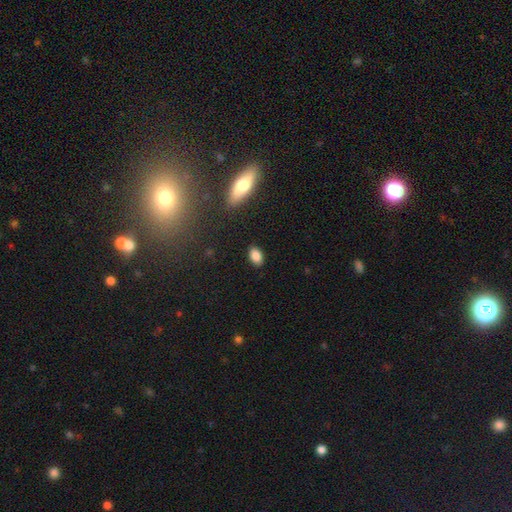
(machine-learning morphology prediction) A smooth galaxy with no disk features (86%) that is in between round and cigar-shaped (88%).

Vote fractions:
- Smooth or featured? smooth: 86% / star or artifact: 9% / featured or disk: 5%
- How rounded? in between: 88% / round: 10% / cigar-shaped: 2%
- Merging? none: 86% / minor disturbance: 10% / major disturbance: 2% / merger: 1%